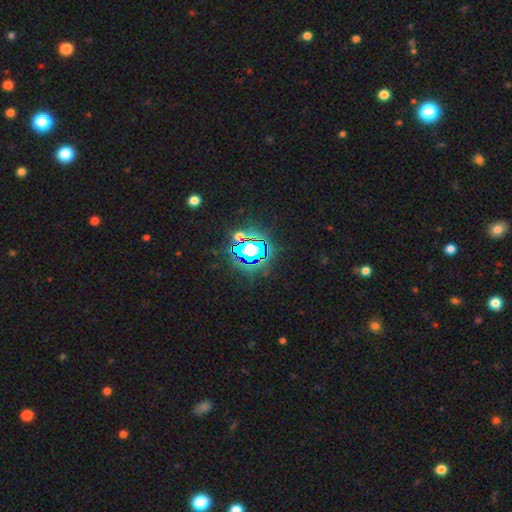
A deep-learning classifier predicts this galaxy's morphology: This is likely a star or artifact rather than a galaxy (70%).